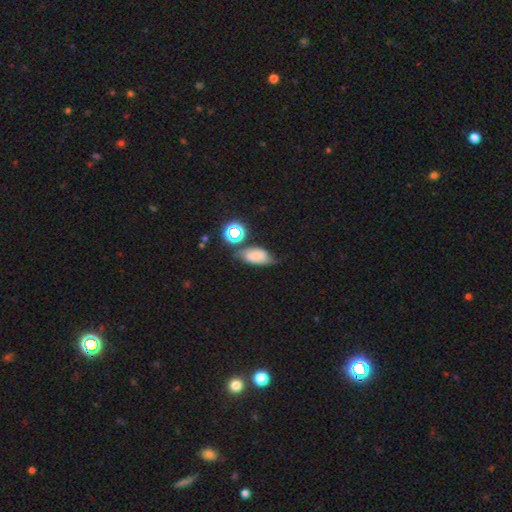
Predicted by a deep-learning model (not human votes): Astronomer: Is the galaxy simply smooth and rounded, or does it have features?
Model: smooth — 58%.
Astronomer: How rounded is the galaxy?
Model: in between — 83%.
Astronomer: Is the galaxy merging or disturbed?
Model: none — 46% (runner-up: minor disturbance, 31%).